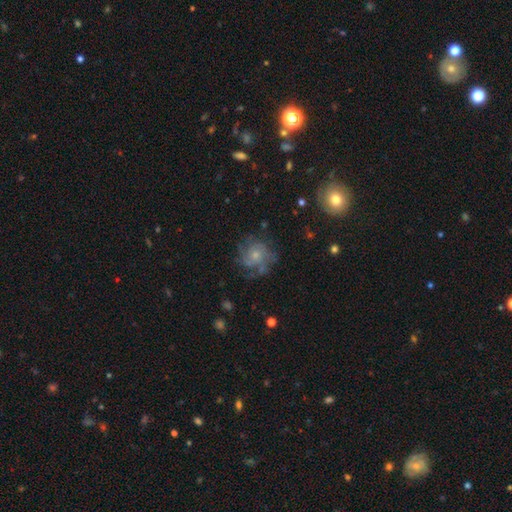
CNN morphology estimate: Smooth or featured?
  - featured or disk: 62% *
  - smooth: 28%
  - star or artifact: 11%
Edge-on disk?
  - no: 98% *
  - yes: 2%
Bar?
  - no: 83% *
  - weak: 15%
  - strong: 2%
Spiral arms?
  - yes: 80% *
  - no: 20%
Bulge size?
  - small: 55% *
  - moderate: 35%
  - none: 5%
  - large: 3%
  - dominant: 1%
Merging?
  - none: 64% *
  - minor disturbance: 19%
  - major disturbance: 14%
  - merger: 3%